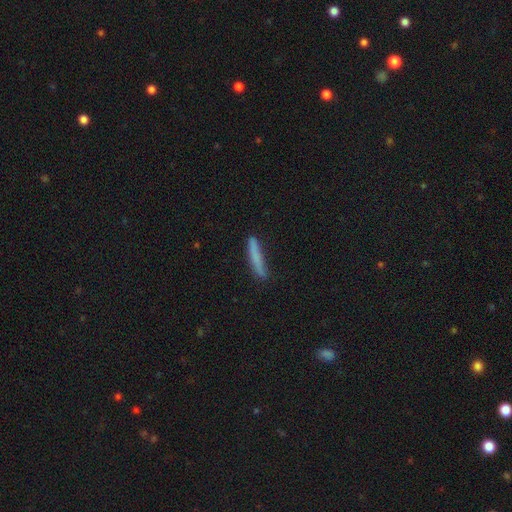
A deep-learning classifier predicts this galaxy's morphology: Smooth or featured? Predicted: smooth (p=0.76). How rounded? Predicted: cigar-shaped (p=0.94). Merging? Predicted: none (p=0.79).